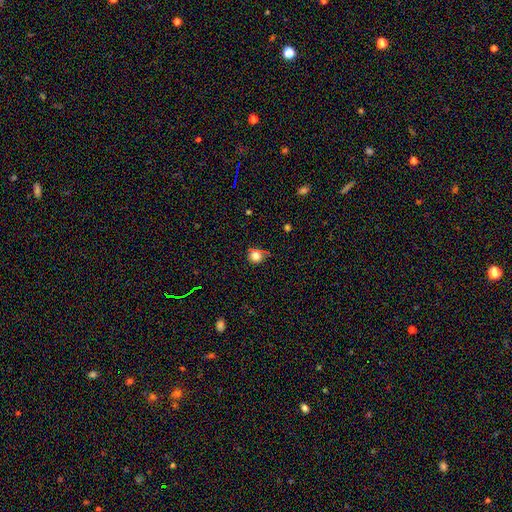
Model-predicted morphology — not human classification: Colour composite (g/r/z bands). It shows a smooth galaxy with no disk features (75%) that is round (91%). Merging: none (80%).